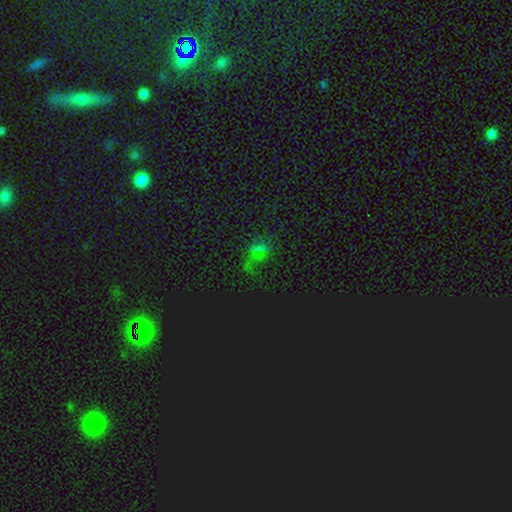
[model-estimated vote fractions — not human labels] Morphology: type=star or artifact (61%).